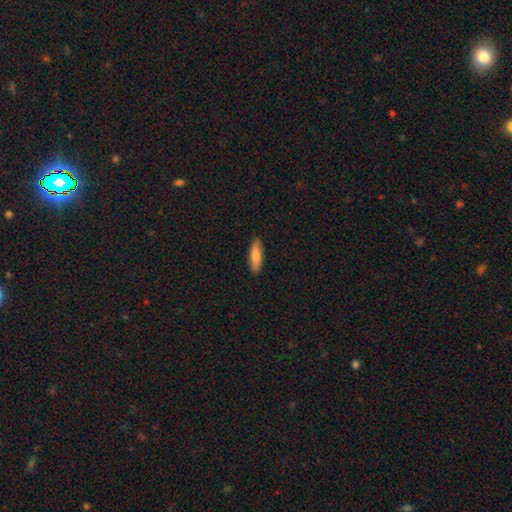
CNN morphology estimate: A smooth galaxy with no disk features (81%) that is cigar-shaped (54%).

Vote fractions:
- Smooth or featured? smooth: 81% / featured or disk: 14% / star or artifact: 5%
- How rounded? cigar-shaped: 54% / in between: 44% / round: 2%
- Merging? none: 89% / minor disturbance: 8% / major disturbance: 2% / merger: 1%